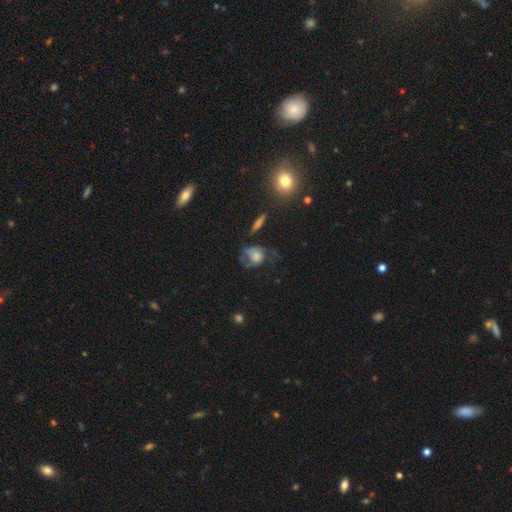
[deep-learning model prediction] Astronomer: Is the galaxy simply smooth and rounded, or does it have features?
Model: featured or disk — 45% (runner-up: smooth, 44%).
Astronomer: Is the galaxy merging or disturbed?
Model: major disturbance — 37% (runner-up: none, 35%).